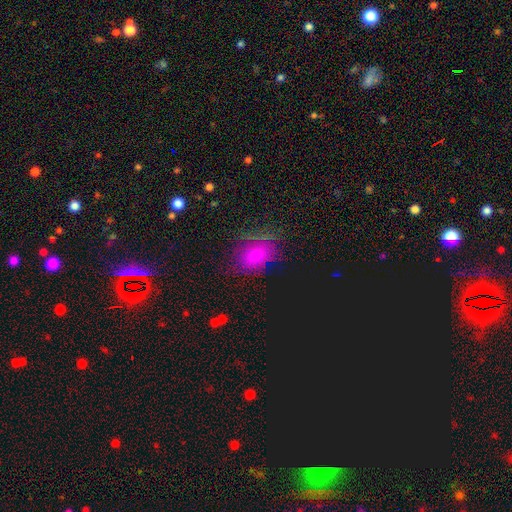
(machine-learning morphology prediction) This appears to be a smooth galaxy with no disk features (62%) that is in between round and cigar-shaped (74%). Merging: none (66%).